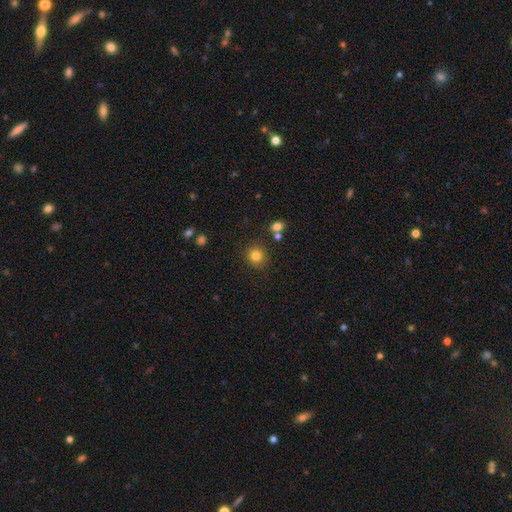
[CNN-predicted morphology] Smooth or featured: smooth — 82% (star or artifact — 12%)
How rounded: round — 89% (in between — 10%)
Merging: none — 85% (minor disturbance — 8%)